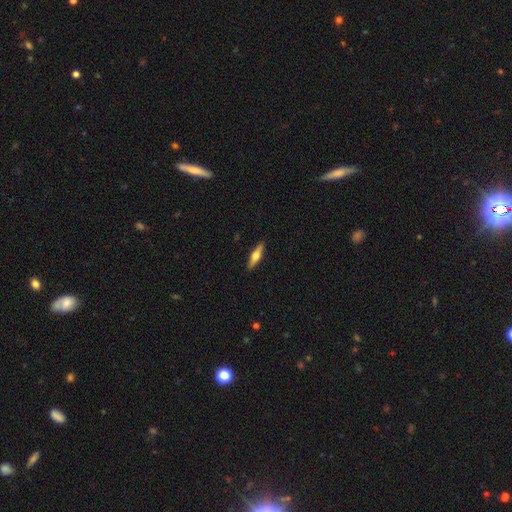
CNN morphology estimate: A featured or disk galaxy (51%) viewed edge-on (94%).

Vote fractions:
- Smooth or featured? featured or disk: 51% / smooth: 44% / star or artifact: 5%
- Edge-on disk? yes: 94% / no: 6%
- Merging? none: 91% / minor disturbance: 7% / major disturbance: 1% / merger: 1%